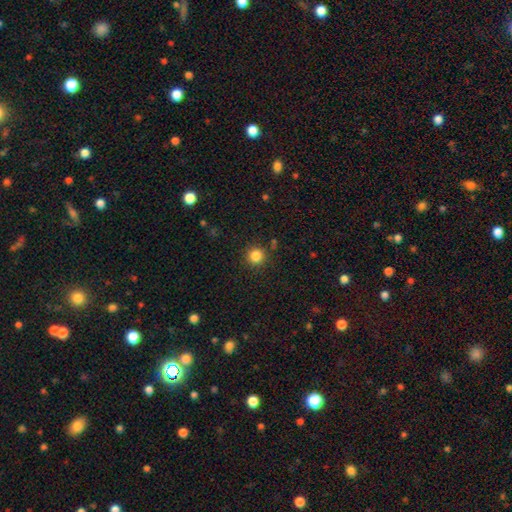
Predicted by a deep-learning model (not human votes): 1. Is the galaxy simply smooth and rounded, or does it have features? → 84% smooth, 12% star or artifact, 4% featured or disk.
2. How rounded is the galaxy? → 95% round, 4% in between, 1% cigar-shaped.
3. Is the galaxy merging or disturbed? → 89% none, 6% minor disturbance, 2% major disturbance, 2% merger.